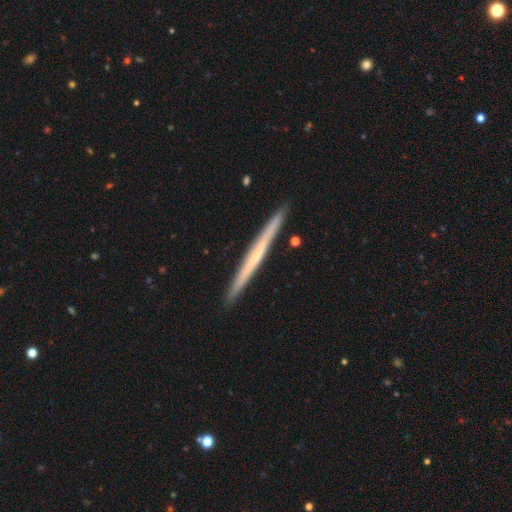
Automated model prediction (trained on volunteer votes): A featured or disk galaxy (58%) viewed edge-on (97%) with no central bulge (80%).

Vote fractions:
- Smooth or featured? featured or disk: 58% / smooth: 37% / star or artifact: 5%
- Edge-on disk? yes: 97% / no: 3%
- Edge-on bulge? none: 80% / rounded: 16% / boxy: 4%
- Merging? none: 92% / minor disturbance: 6% / merger: 1% / major disturbance: 1%